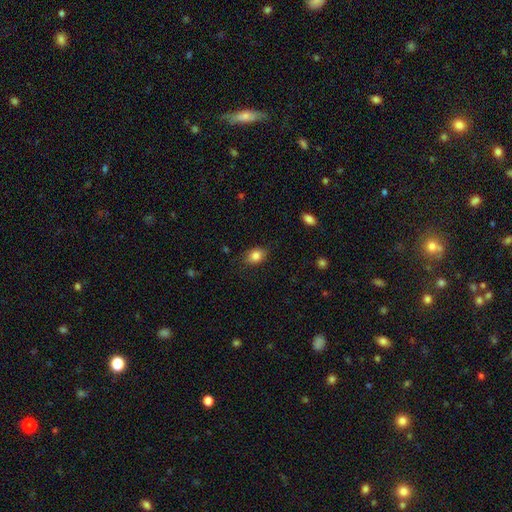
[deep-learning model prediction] A smooth galaxy with no disk features (84%) that is in between round and cigar-shaped (70%). Merging: none (80%).